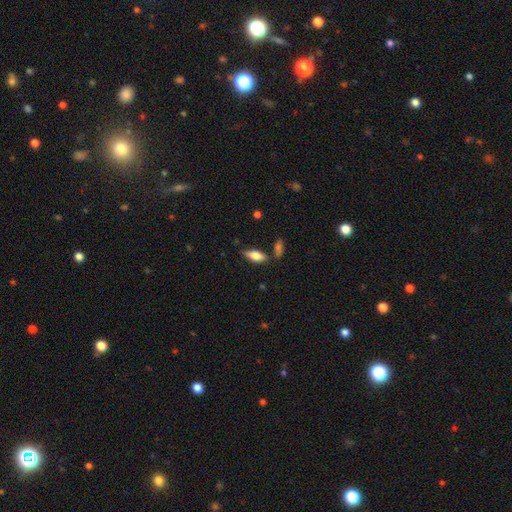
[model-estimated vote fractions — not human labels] Smooth or featured?
  - smooth: 71% *
  - featured or disk: 22%
  - star or artifact: 7%
How rounded?
  - in between: 76% *
  - cigar-shaped: 22%
  - round: 2%
Merging?
  - none: 76% *
  - minor disturbance: 15%
  - merger: 6%
  - major disturbance: 3%